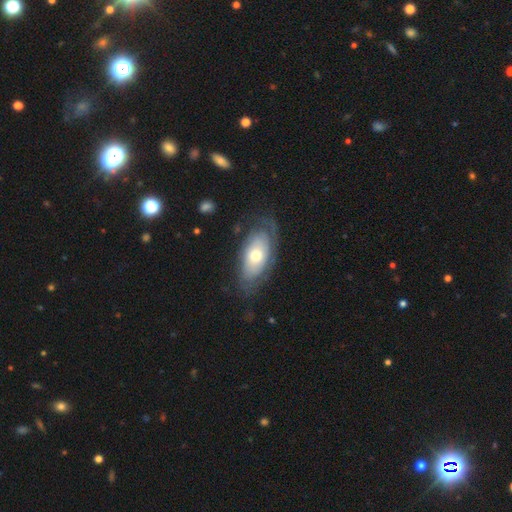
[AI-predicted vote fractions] Morphology: type=featured or disk (49%); merging=none (64%).